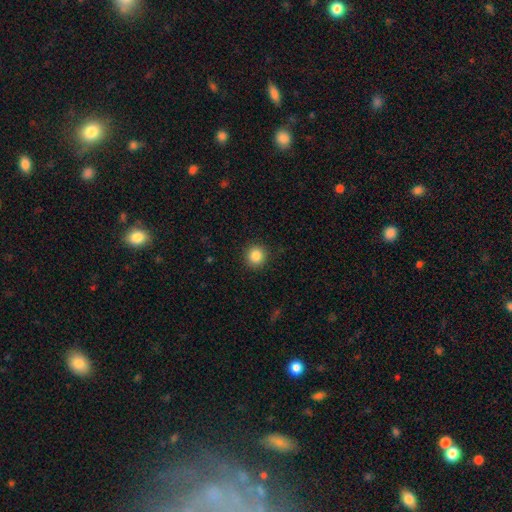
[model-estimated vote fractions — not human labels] Overall: smooth (86%). How rounded: round (93%). Merging: none (91%).